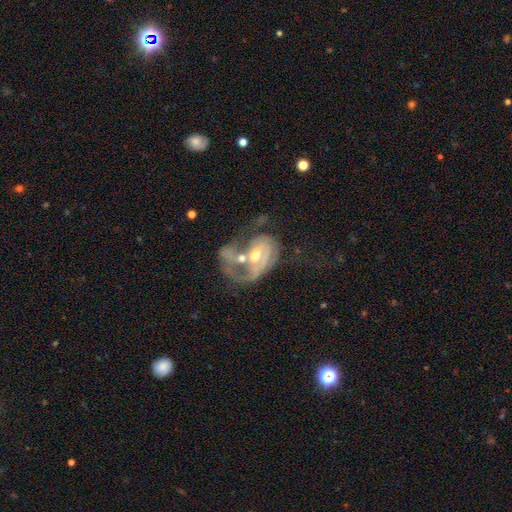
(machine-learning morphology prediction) This is likely a featured or disk galaxy (78%). It is clearly not viewed edge-on (97%). Bar: possibly no (58%). Spiral arm pattern: likely yes (79%). Spiral arm count: marginally 2 (39%). Spiral winding: marginally medium (39%). Central bulge: possibly moderate (56%). Merging: possibly merger (53%).